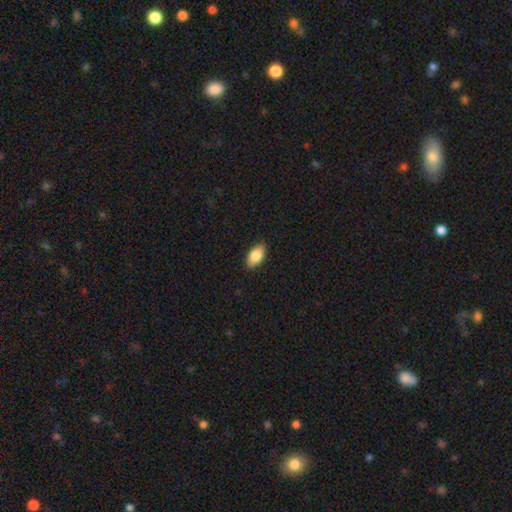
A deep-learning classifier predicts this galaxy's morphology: Overall: smooth (85%). How rounded: in between (93%). Merging: none (89%).